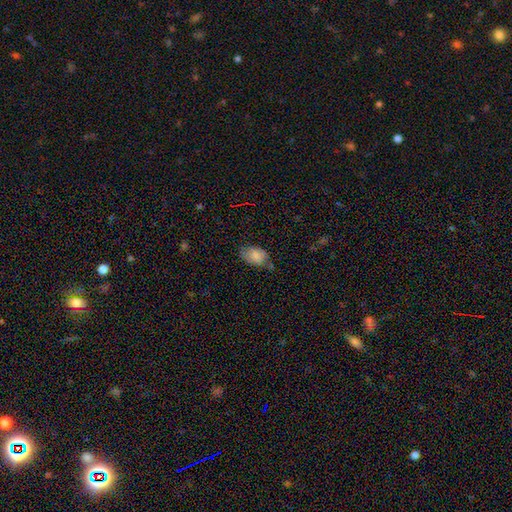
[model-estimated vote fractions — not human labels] This appears to be a smooth galaxy with no disk features (78%) that is in between round and cigar-shaped (89%). Merging: none (55%).